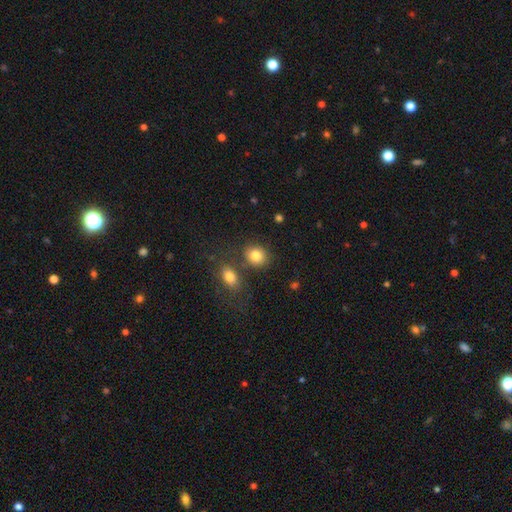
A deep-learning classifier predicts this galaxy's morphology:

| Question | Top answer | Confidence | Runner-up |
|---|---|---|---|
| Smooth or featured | smooth | 83% | star or artifact (10%) |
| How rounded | round | 66% | in between (33%) |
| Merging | none | 71% | merger (14%) |